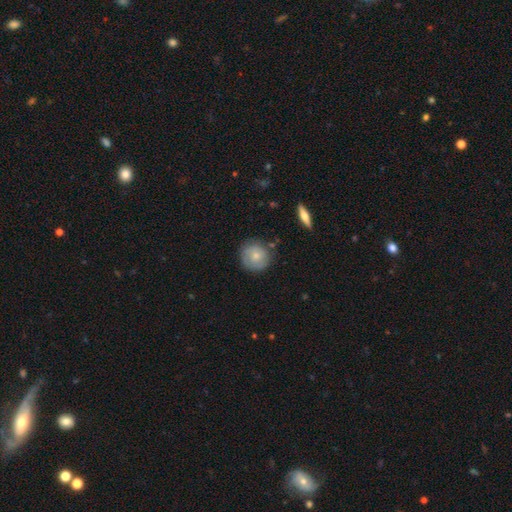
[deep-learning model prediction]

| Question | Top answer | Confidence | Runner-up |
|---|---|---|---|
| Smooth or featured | smooth | 60% | featured or disk (33%) |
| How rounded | round | 92% | in between (6%) |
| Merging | none | 79% | minor disturbance (15%) |